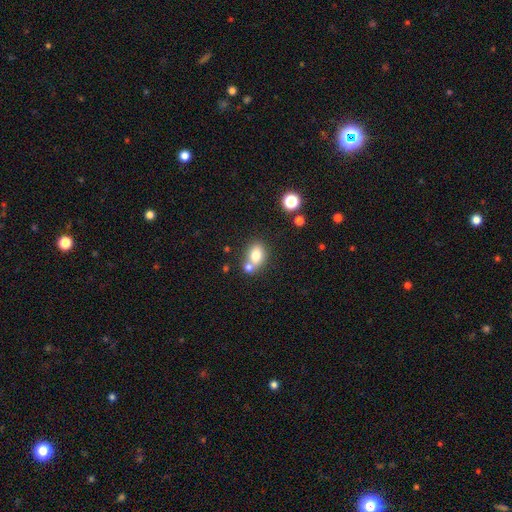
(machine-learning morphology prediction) This appears to be a smooth galaxy with no disk features (77%) that is in between round and cigar-shaped (56%). Merging: none (47%).